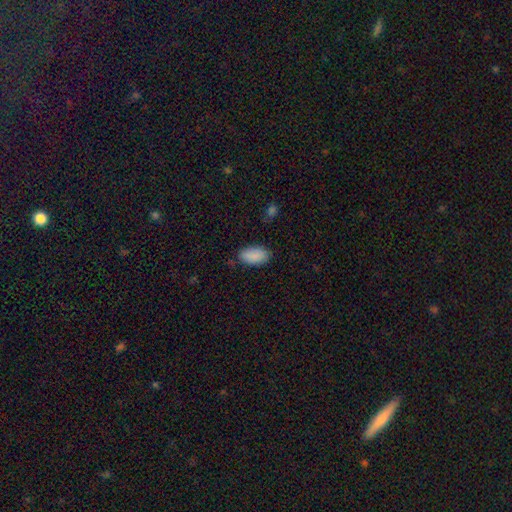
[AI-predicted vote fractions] A smooth galaxy with no disk features (89%) that is in between round and cigar-shaped (94%). Merging: none (80%).